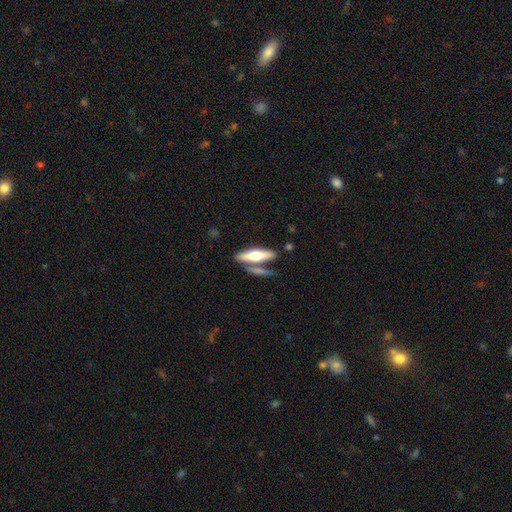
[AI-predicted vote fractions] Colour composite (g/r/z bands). It shows a smooth galaxy with no disk features (57%) that is cigar-shaped (64%). Merging: none (59%).